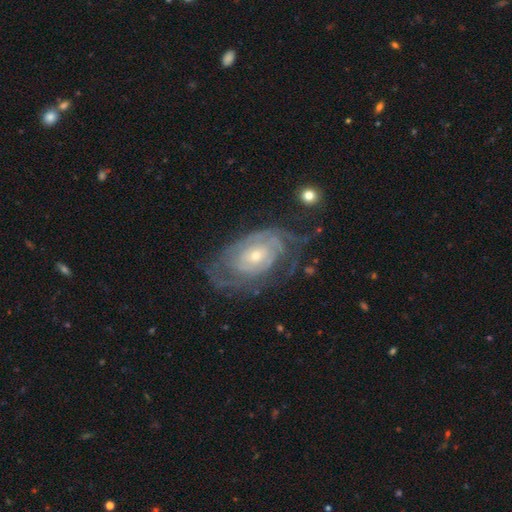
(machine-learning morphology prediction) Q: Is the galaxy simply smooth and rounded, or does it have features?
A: featured or disk — 82%.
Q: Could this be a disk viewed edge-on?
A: no — 95%.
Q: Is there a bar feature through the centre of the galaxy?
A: no — 72%.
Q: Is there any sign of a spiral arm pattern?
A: yes — 88%.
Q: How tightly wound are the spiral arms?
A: tight — 71%.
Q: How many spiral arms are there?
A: can't tell — 51%.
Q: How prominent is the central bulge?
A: small — 60%.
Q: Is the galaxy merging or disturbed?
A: none — 61%.